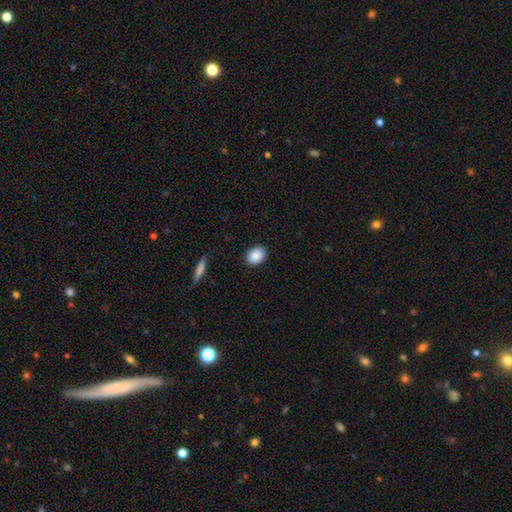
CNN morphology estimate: Smooth or featured?
  - smooth: 89% *
  - star or artifact: 8%
  - featured or disk: 4%
How rounded?
  - in between: 53% *
  - round: 45%
  - cigar-shaped: 1%
Merging?
  - none: 89% *
  - minor disturbance: 8%
  - major disturbance: 2%
  - merger: 1%